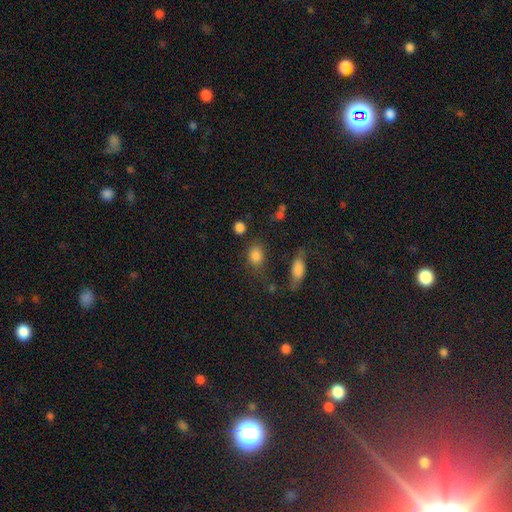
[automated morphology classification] The model was most divided on "how rounded": in between: 68%, round: 29%, cigar-shaped: 2%. More confident: smooth or featured — smooth (83%); merging — none (67%).